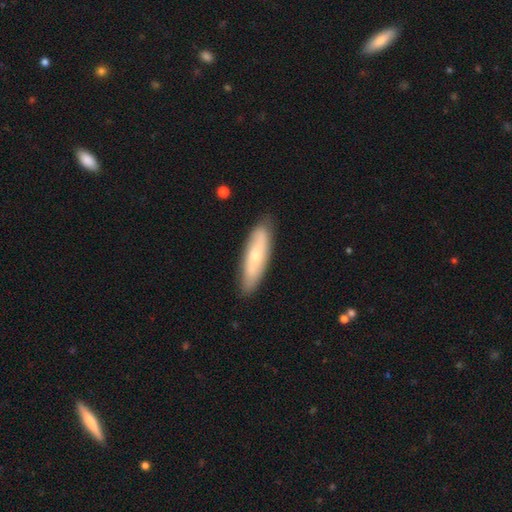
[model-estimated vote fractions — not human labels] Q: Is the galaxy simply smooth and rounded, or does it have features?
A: smooth — 53%.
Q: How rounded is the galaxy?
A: cigar-shaped — 58%.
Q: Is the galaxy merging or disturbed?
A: none — 85%.